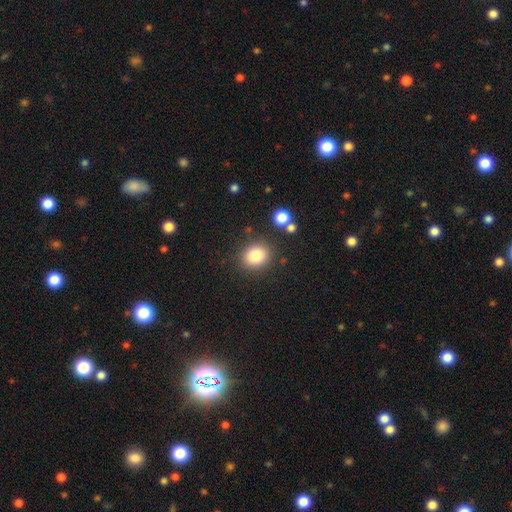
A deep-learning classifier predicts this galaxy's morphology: A smooth galaxy with no disk features (82%) that is round (71%).

Vote fractions:
- Smooth or featured? smooth: 82% / star or artifact: 11% / featured or disk: 7%
- How rounded? round: 71% / in between: 29% / cigar-shaped: 1%
- Merging? none: 83% / minor disturbance: 9% / merger: 5% / major disturbance: 3%